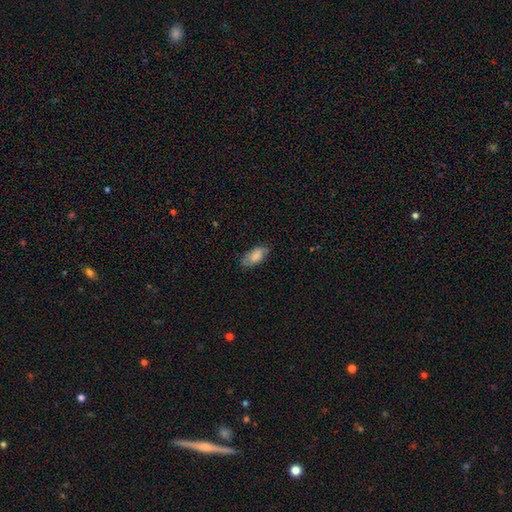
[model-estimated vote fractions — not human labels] Smooth or featured: smooth — 77% (featured or disk — 16%)
How rounded: in between — 90% (cigar-shaped — 8%)
Merging: none — 70% (minor disturbance — 23%)